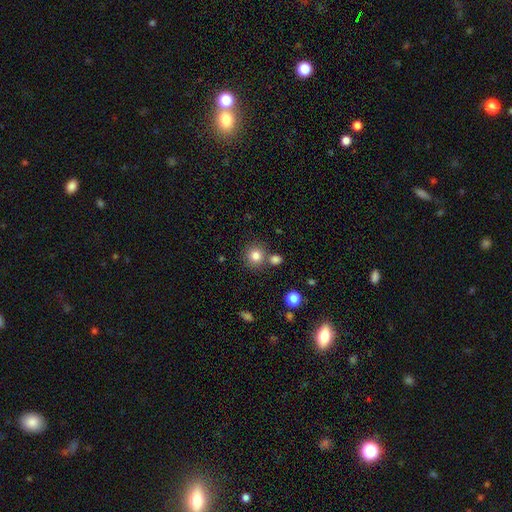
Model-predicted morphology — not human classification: Smooth or featured? Predicted: smooth (p=0.82). How rounded? Predicted: round (p=0.91). Merging? Predicted: none (p=0.74).